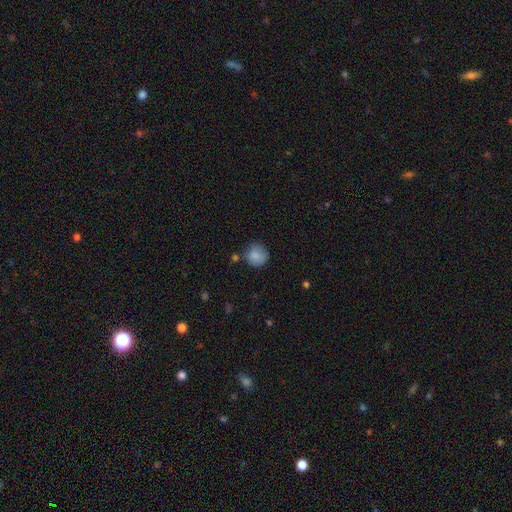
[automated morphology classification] Smooth or featured? smooth (84%)
How rounded? round (87%)
Merging? none (68%)